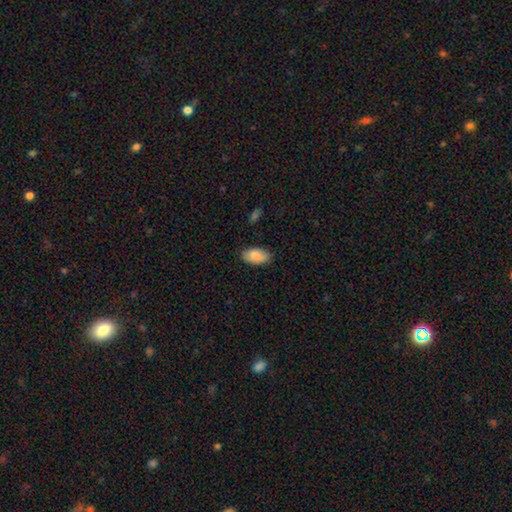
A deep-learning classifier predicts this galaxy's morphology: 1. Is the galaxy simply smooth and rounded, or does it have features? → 88% smooth, 6% star or artifact, 6% featured or disk.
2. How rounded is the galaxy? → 95% in between, 3% cigar-shaped, 3% round.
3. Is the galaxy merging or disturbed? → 85% none, 11% minor disturbance, 2% major disturbance, 1% merger.